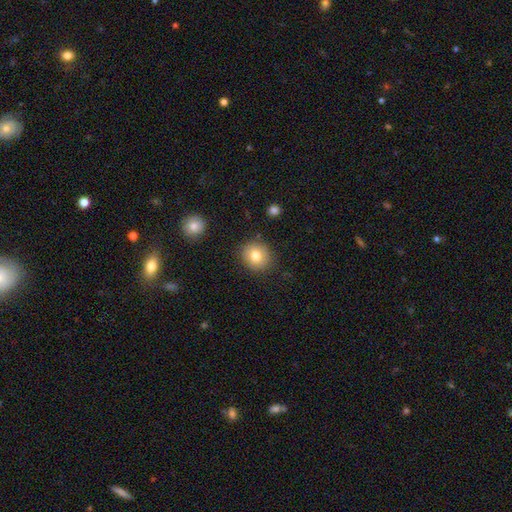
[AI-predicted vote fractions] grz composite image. It shows a smooth galaxy with no disk features (78%) that is round (82%). Merging: none (86%).